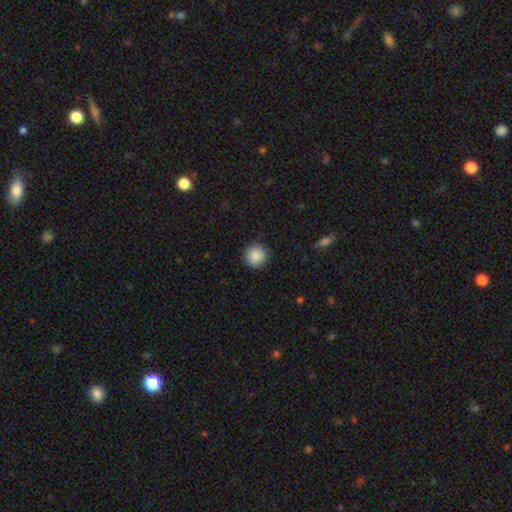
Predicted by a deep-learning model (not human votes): Morphology: type=smooth (89%); roundness=round (95%); merging=none (90%).